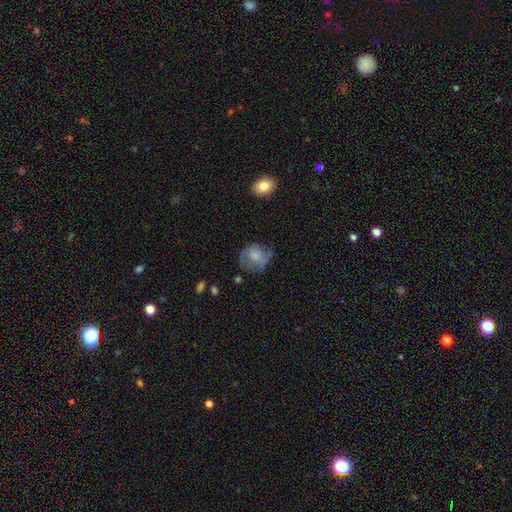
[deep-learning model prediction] Morphology: type=featured or disk (46%, tied with smooth); merging=none (49%).